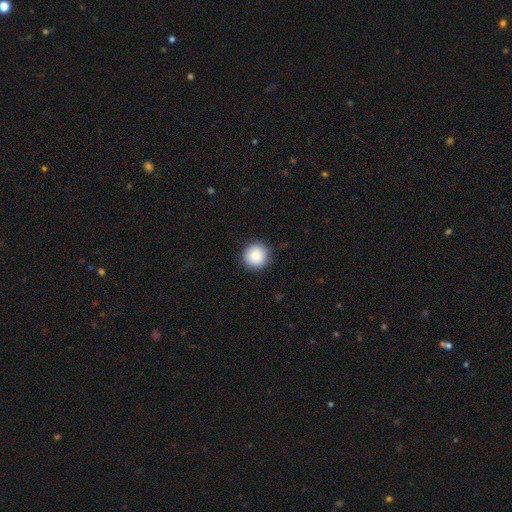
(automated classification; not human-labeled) Smooth or featured?
  - smooth: 88% *
  - star or artifact: 8%
  - featured or disk: 4%
How rounded?
  - round: 96% *
  - in between: 3%
  - cigar-shaped: 1%
Merging?
  - none: 90% *
  - minor disturbance: 7%
  - major disturbance: 2%
  - merger: 1%